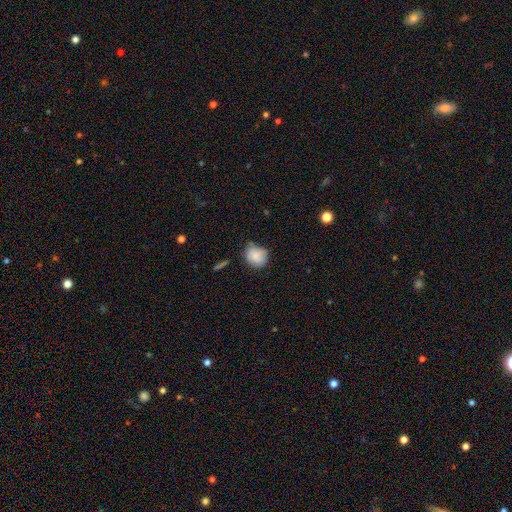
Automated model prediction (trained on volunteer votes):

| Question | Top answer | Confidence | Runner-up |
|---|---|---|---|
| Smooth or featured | smooth | 82% | featured or disk (10%) |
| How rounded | round | 73% | in between (26%) |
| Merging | none | 63% | minor disturbance (28%) |